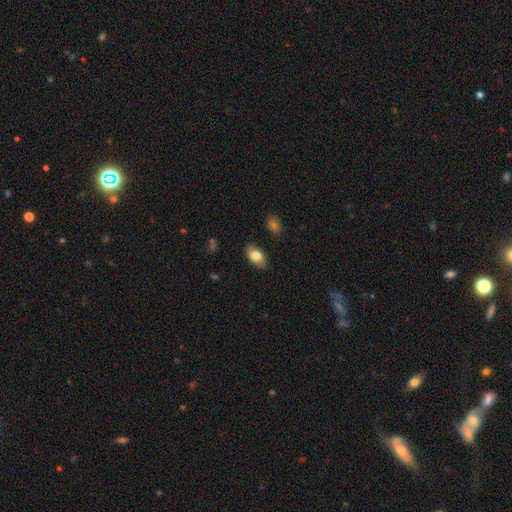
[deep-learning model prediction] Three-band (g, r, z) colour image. It shows a smooth galaxy with no disk features (82%) that is in between round and cigar-shaped (91%). Merging: none (86%).